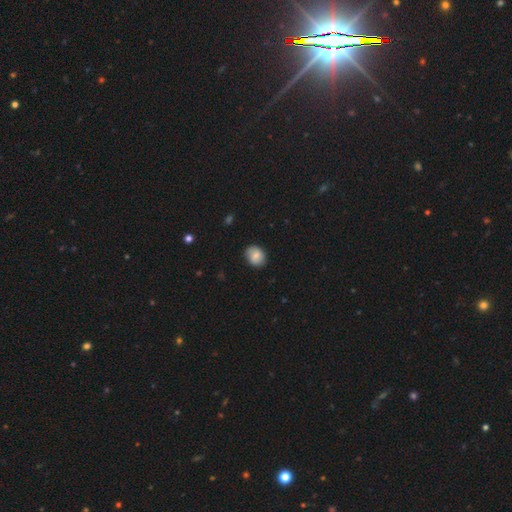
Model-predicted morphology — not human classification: smooth_or_featured: smooth (p=0.78) [alt: featured or disk p=0.14]
how_rounded: round (p=0.57) [alt: in between p=0.42]
merging: none (p=0.77) [alt: minor disturbance p=0.19]